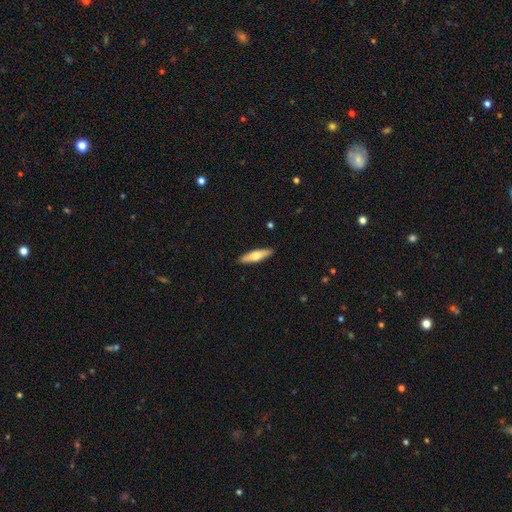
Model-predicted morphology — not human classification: Q: Smooth or featured?
A: smooth (55%); runner-up: featured or disk (39%)
Q: How rounded?
A: cigar-shaped (72%); runner-up: in between (26%)
Q: Merging?
A: none (90%); runner-up: minor disturbance (7%)